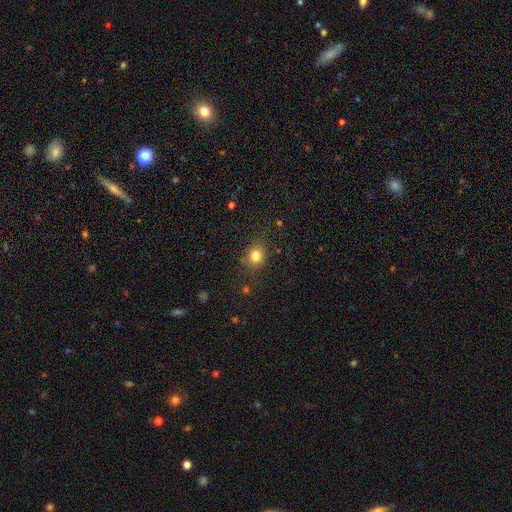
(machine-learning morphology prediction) Smooth or featured? smooth (80%)
How rounded? round (70%)
Merging? none (77%)